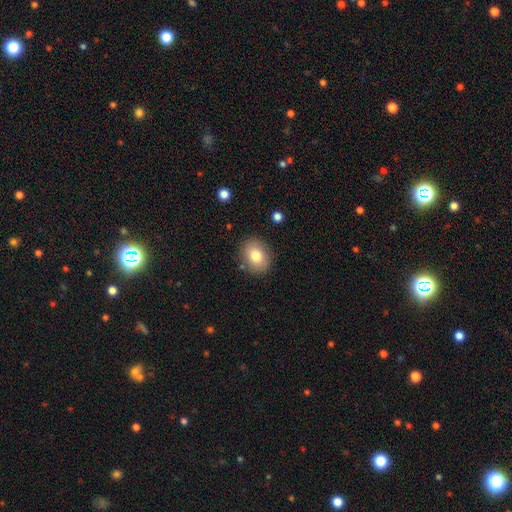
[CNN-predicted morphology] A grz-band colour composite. It shows a smooth galaxy with no disk features (79%) that is round (51%). Merging: none (85%).